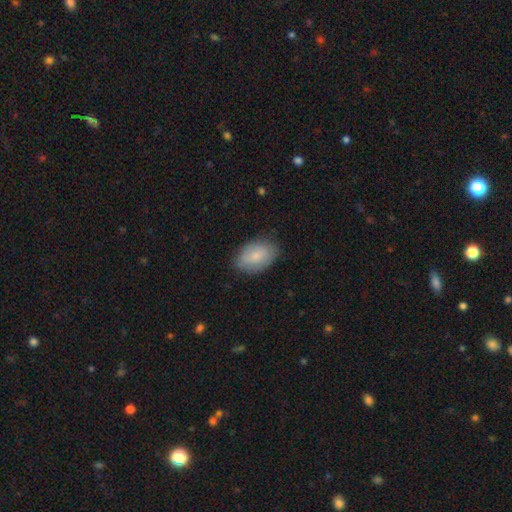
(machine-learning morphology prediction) A smooth galaxy with no disk features (80%) that is in between round and cigar-shaped (90%).

Vote fractions:
- Smooth or featured? smooth: 80% / featured or disk: 14% / star or artifact: 6%
- How rounded? in between: 90% / round: 9% / cigar-shaped: 1%
- Merging? none: 82% / minor disturbance: 14% / major disturbance: 3% / merger: 1%